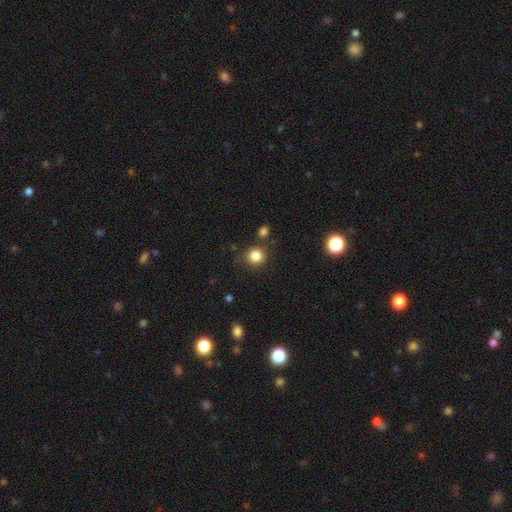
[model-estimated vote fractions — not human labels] A smooth galaxy with no disk features (83%) that is round (89%).

Vote fractions:
- Smooth or featured? smooth: 83% / star or artifact: 12% / featured or disk: 5%
- How rounded? round: 89% / in between: 10% / cigar-shaped: 1%
- Merging? none: 80% / minor disturbance: 11% / merger: 6% / major disturbance: 3%